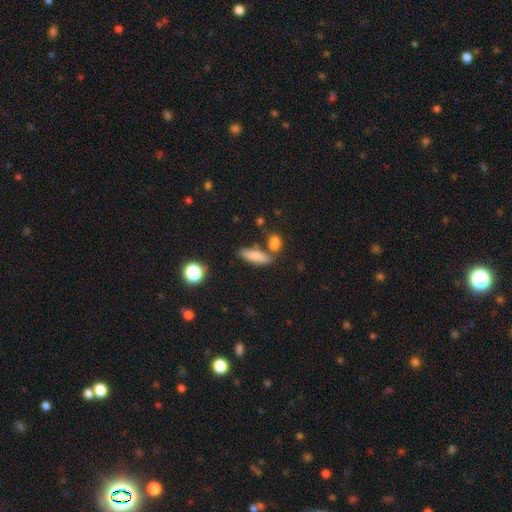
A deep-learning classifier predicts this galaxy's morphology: Smooth or featured: smooth — 78% (featured or disk — 13%)
How rounded: in between — 56% (cigar-shaped — 40%)
Merging: none — 58% (merger — 19%)